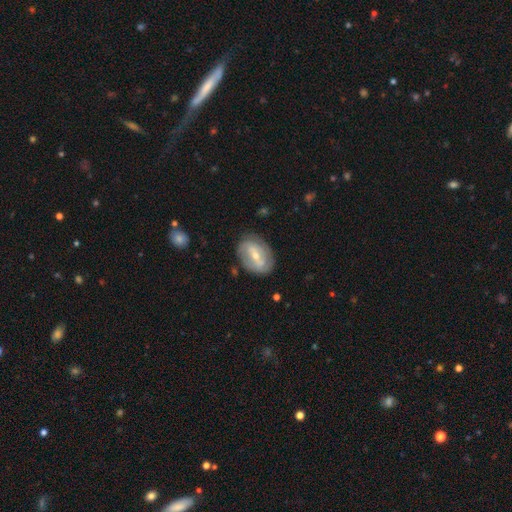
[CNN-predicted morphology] Smooth or featured? featured or disk (66%)
Edge-on disk? no (93%)
Bar? strong (41%)
Spiral arms? yes (59%)
Bulge size? small (49%)
Merging? none (75%)